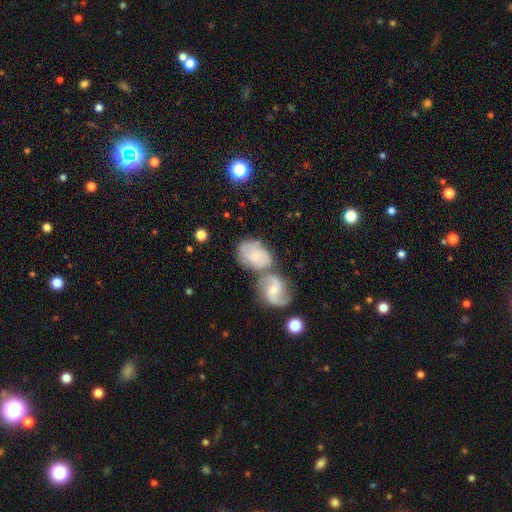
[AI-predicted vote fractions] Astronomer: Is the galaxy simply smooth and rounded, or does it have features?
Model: featured or disk — 59%.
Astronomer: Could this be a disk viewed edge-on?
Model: no — 96%.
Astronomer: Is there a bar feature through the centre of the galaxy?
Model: no — 61%.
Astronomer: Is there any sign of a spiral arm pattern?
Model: yes — 85%.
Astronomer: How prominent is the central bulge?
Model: small — 54%.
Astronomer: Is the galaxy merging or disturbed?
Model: merger — 50% (runner-up: none, 29%).